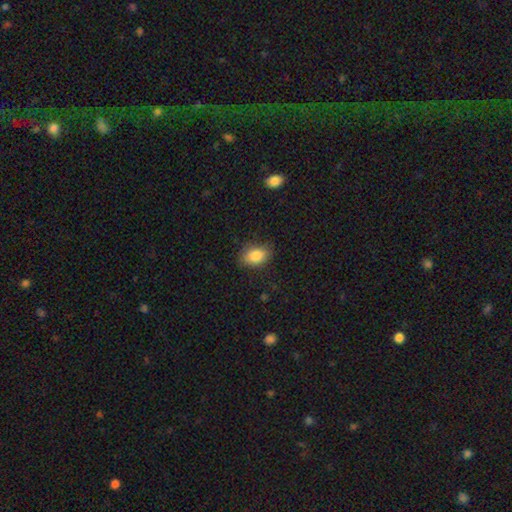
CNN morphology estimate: smooth_or_featured: smooth (p=0.85) [alt: star or artifact p=0.08]
how_rounded: in between (p=0.83) [alt: round p=0.16]
merging: none (p=0.79) [alt: minor disturbance p=0.16]